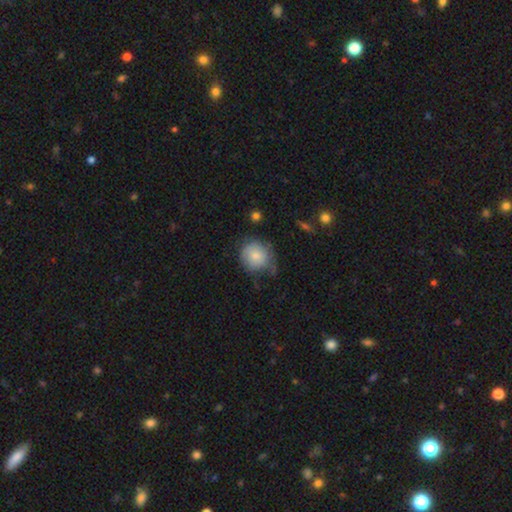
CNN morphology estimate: Q: Smooth or featured?
A: smooth (78%); runner-up: featured or disk (14%)
Q: How rounded?
A: round (83%); runner-up: in between (16%)
Q: Merging?
A: none (47%); runner-up: minor disturbance (35%)